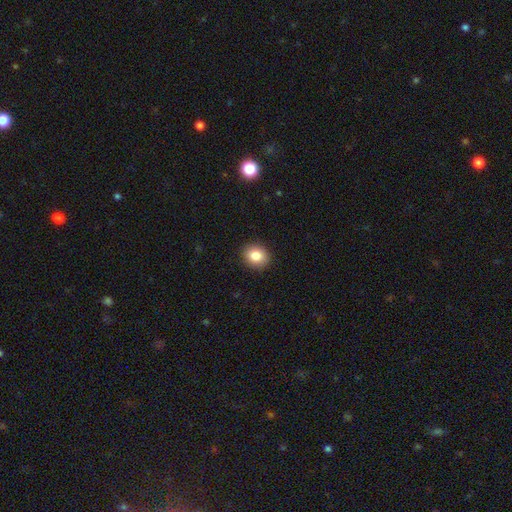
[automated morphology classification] A smooth galaxy with no disk features (84%) that is round (62%). Merging: none (90%).